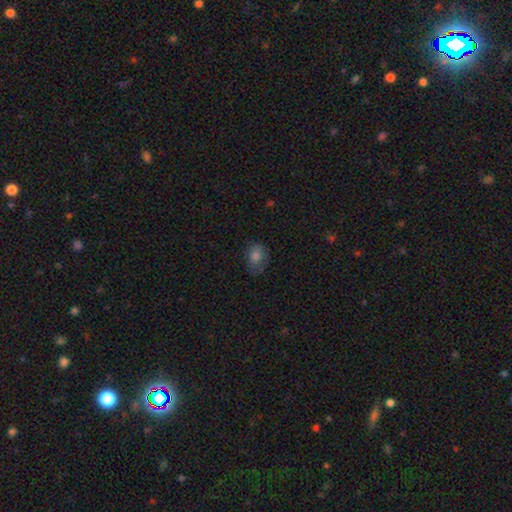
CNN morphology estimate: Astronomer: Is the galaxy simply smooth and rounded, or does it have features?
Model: smooth — 73%.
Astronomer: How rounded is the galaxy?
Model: in between — 66%.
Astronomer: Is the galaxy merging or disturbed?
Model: none — 65%.